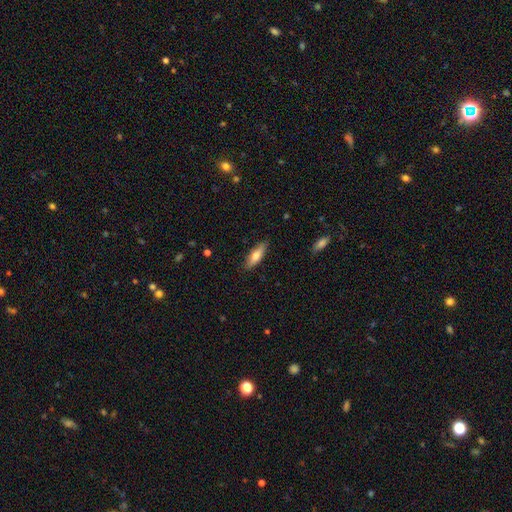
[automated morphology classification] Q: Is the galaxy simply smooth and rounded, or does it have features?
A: smooth — 69%.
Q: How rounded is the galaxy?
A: in between — 51%.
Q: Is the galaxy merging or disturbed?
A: none — 85%.